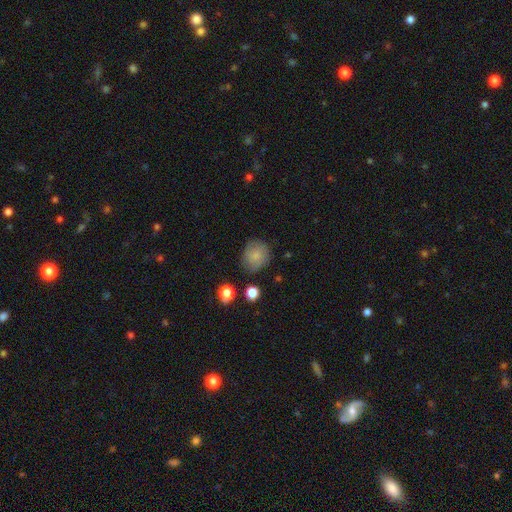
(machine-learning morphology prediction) smooth_or_featured: smooth (p=0.78) [alt: featured or disk p=0.13]
how_rounded: round (p=0.80) [alt: in between p=0.19]
merging: none (p=0.74) [alt: minor disturbance p=0.19]